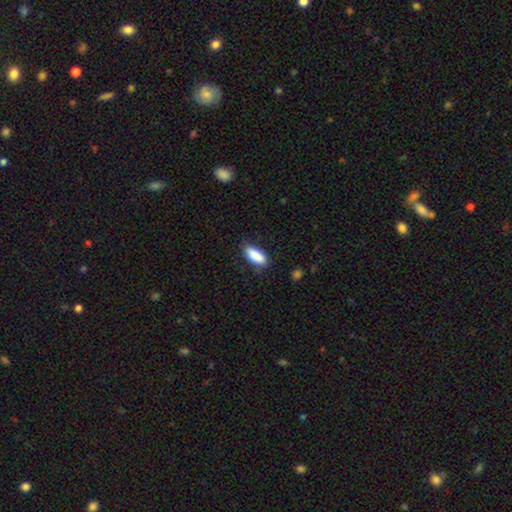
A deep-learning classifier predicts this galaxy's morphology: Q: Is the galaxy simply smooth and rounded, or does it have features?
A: smooth — 88%.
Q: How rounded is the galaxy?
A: in between — 75%.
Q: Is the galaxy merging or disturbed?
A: none — 80%.